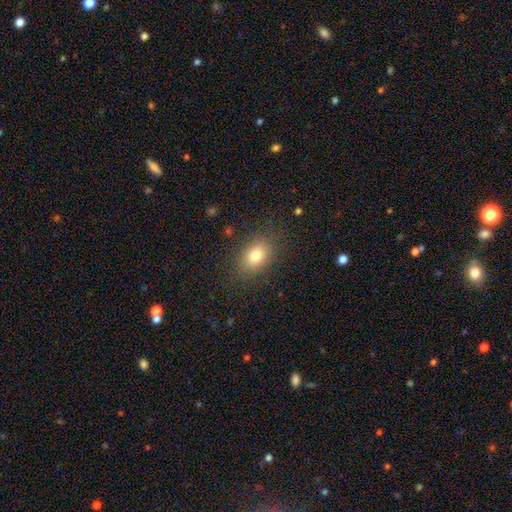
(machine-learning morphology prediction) The model was most divided on "how rounded": in between: 78%, round: 21%, cigar-shaped: 1%. More confident: merging — none (84%); smooth or featured — smooth (79%).